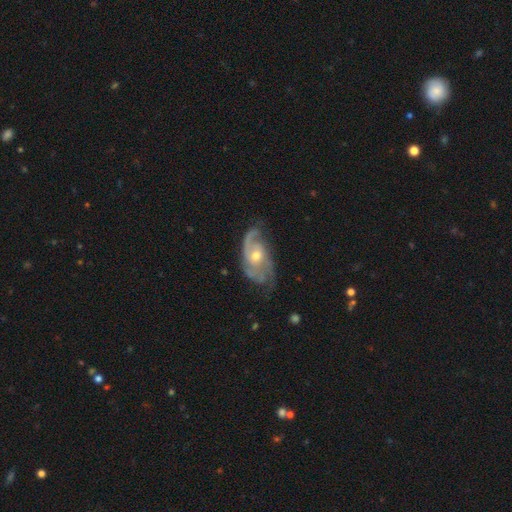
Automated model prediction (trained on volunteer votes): Overall: featured or disk (86%). Edge-on disk: no (96%). Bar: no (72%). Spiral arms: yes (95%). Spiral arm count: 2 (42%; 3 24%). Spiral winding: medium (43%; tight 40%). Bulge size: moderate (61%; small 34%). Merging: none (62%; minor disturbance 24%).